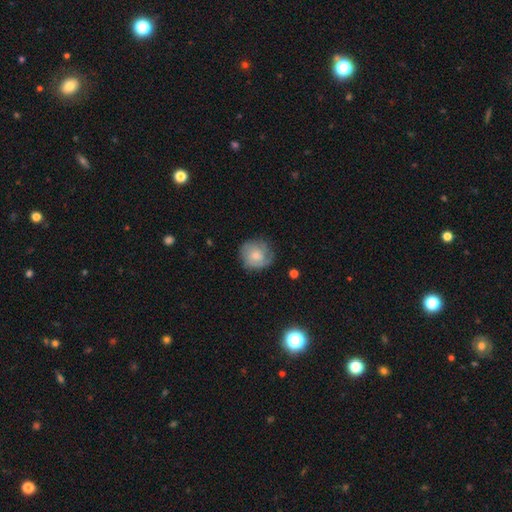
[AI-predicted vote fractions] Smooth or featured? featured or disk (49%)
Merging? none (74%)